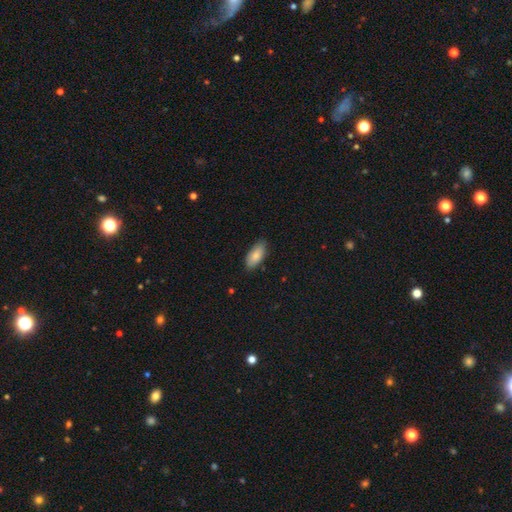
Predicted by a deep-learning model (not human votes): Smooth or featured? smooth (84%)
How rounded? in between (88%)
Merging? none (83%)